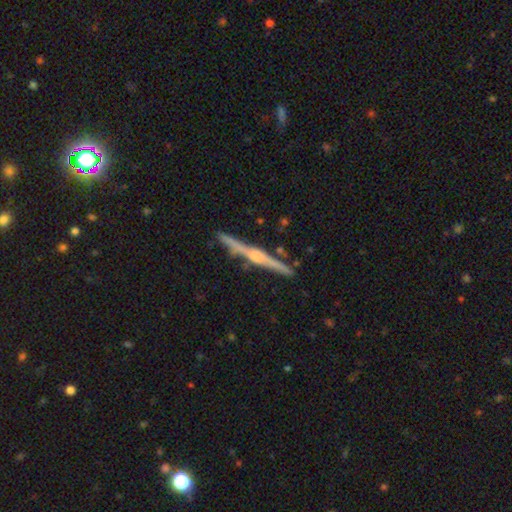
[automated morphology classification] This is likely a featured or disk galaxy (79%). It is clearly viewed edge-on (98%). Edge-on bulge: likely rounded (78%). Merging: clearly none (88%).